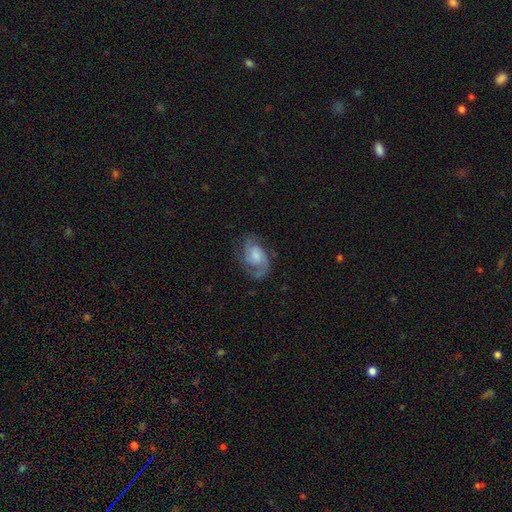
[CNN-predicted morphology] Q: Smooth or featured?
A: featured or disk (75%); runner-up: smooth (18%)
Q: Edge-on disk?
A: no (97%); runner-up: yes (3%)
Q: Bar?
A: no (63%); runner-up: weak (32%)
Q: Spiral arms?
A: yes (94%); runner-up: no (6%)
Q: Spiral winding?
A: medium (49%); runner-up: tight (31%)
Q: Spiral arm count?
A: 2 (66%); runner-up: can't tell (12%)
Q: Bulge size?
A: moderate (33%); runner-up: small (27%)
Q: Merging?
A: none (65%); runner-up: minor disturbance (20%)